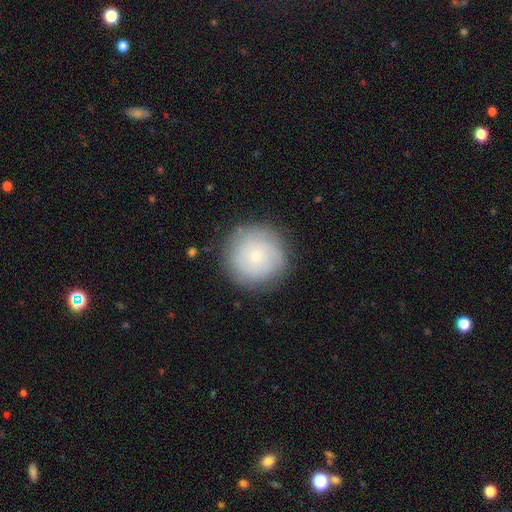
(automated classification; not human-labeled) Overall: smooth (63%; featured or disk 28%). How rounded: round (95%). Merging: none (85%).